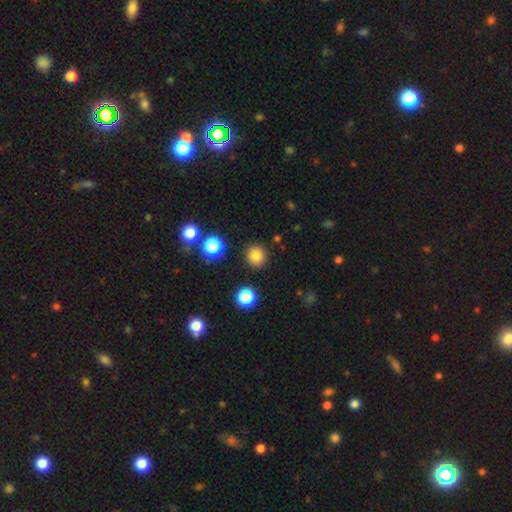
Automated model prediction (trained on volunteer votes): Smooth or featured? smooth (82%)
How rounded? round (91%)
Merging? none (90%)